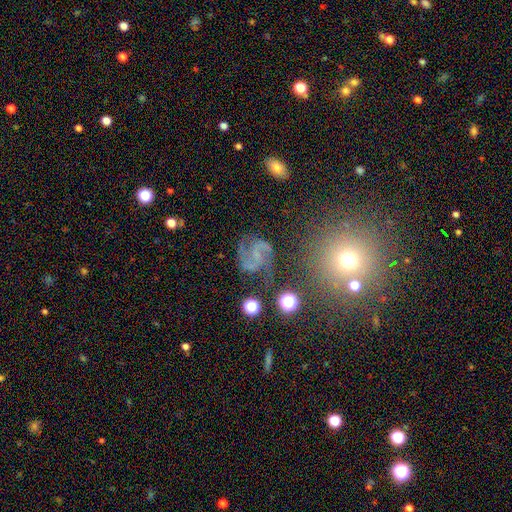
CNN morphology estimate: Smooth or featured? featured or disk (84%)
Edge-on disk? no (98%)
Bar? no (43%, tied with weak)
Spiral arms? yes (96%)
Spiral winding? medium (53%)
Spiral arm count? 2 (88%)
Bulge size? small (52%)
Merging? none (69%)